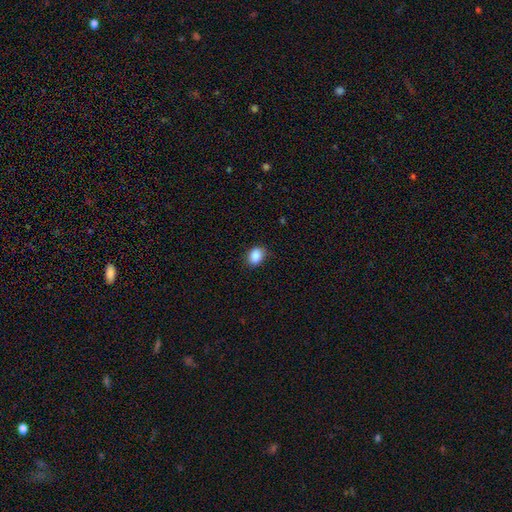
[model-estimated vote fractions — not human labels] The model was most divided on "how rounded": in between: 70%, round: 29%, cigar-shaped: 1%. More confident: smooth or featured — smooth (88%); merging — none (80%).